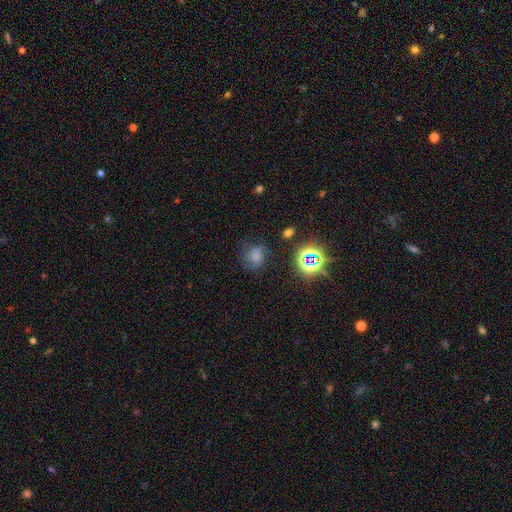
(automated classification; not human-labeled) Smooth or featured: smooth — 59% (star or artifact — 24%)
How rounded: round — 72% (in between — 26%)
Merging: none — 61% (minor disturbance — 23%)